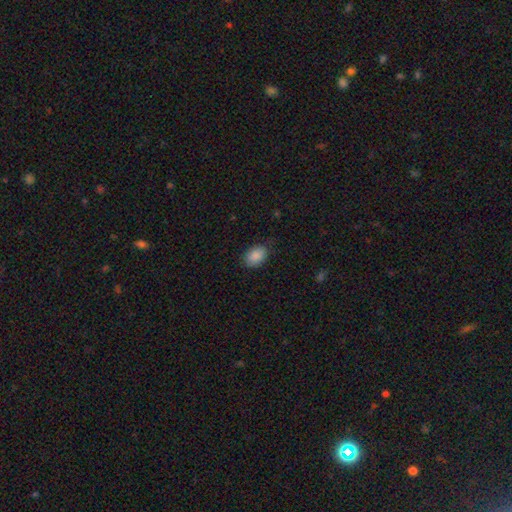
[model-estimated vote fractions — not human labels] Morphology: type=smooth (88%); roundness=in between (86%); merging=none (78%).